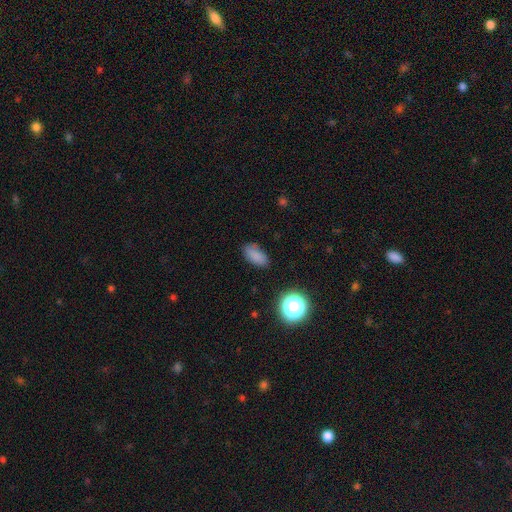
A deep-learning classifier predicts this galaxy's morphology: Smooth or featured?
  - smooth: 82% *
  - star or artifact: 12%
  - featured or disk: 6%
How rounded?
  - in between: 89% *
  - round: 6%
  - cigar-shaped: 5%
Merging?
  - none: 80% *
  - minor disturbance: 15%
  - major disturbance: 4%
  - merger: 2%